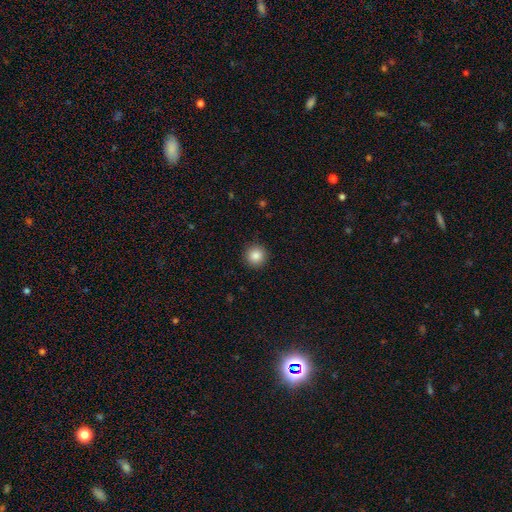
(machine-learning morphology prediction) Overall: smooth (86%). How rounded: round (95%). Merging: none (92%).